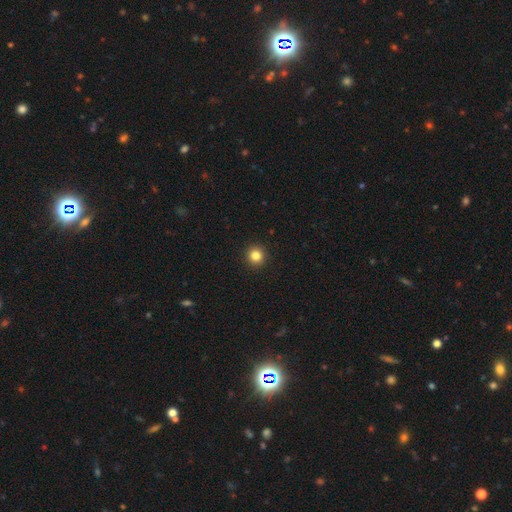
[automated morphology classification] Overall: smooth (83%). How rounded: round (95%). Merging: none (94%).